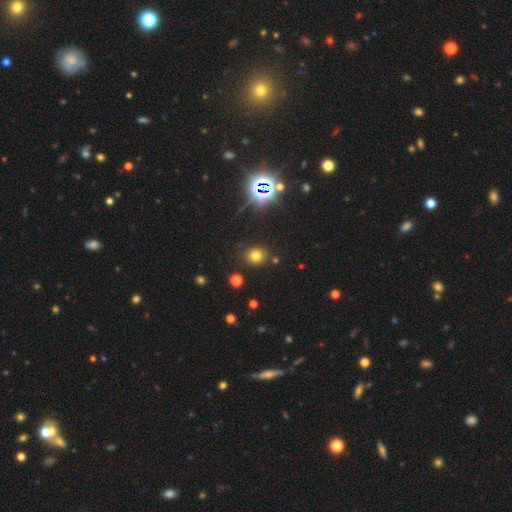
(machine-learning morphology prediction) Overall: smooth (69%). How rounded: round (76%). Merging: none (86%).